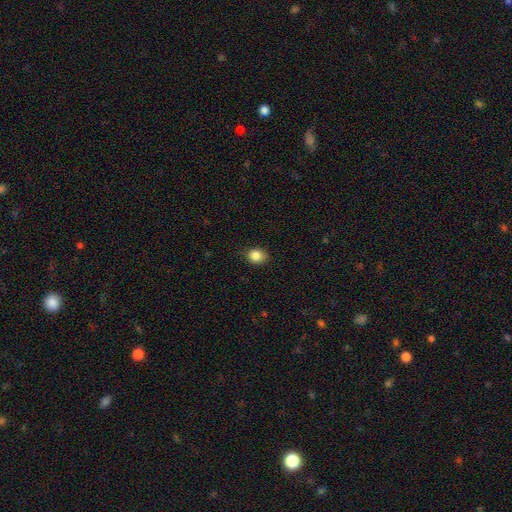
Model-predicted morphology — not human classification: smooth 85%, star or artifact 10%, featured or disk 5%. Down the decision tree: how rounded — round (61%); merging — none (80%).